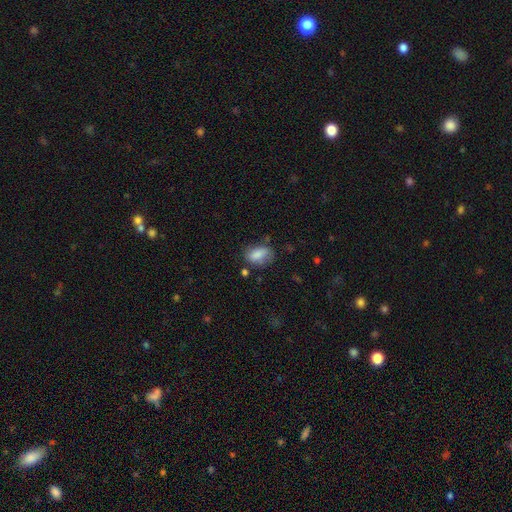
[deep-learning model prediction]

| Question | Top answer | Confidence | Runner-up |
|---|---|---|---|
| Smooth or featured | smooth | 81% | featured or disk (11%) |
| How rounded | in between | 87% | round (10%) |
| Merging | none | 59% | minor disturbance (28%) |